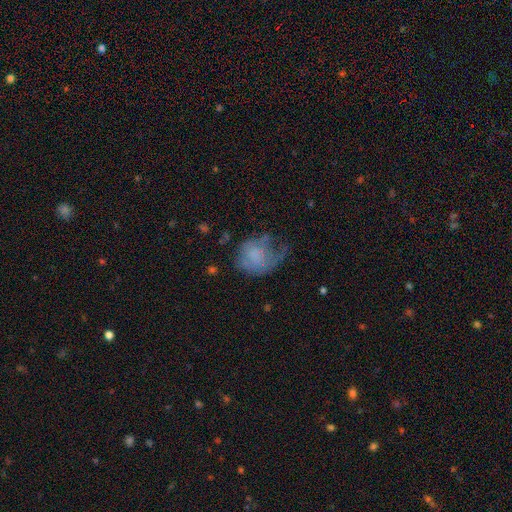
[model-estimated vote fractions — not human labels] smooth_or_featured: smooth (p=0.56) [alt: featured or disk p=0.34]
how_rounded: round (p=0.55) [alt: in between p=0.44]
merging: major disturbance (p=0.43) [alt: minor disturbance p=0.28]